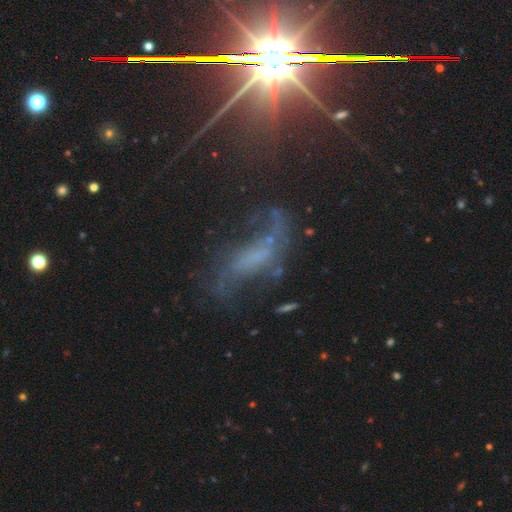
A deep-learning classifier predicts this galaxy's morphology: A featured or disk galaxy (52%).

Vote fractions:
- Smooth or featured? featured or disk: 52% / star or artifact: 32% / smooth: 16%
- Edge-on disk? no: 79% / yes: 21%
- Merging? none: 41% / major disturbance: 33% / minor disturbance: 20% / merger: 7%